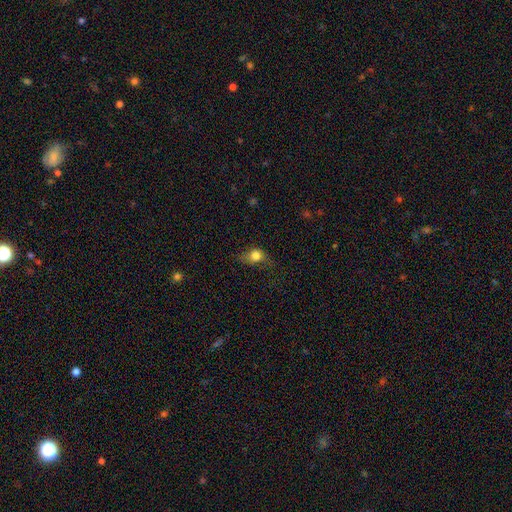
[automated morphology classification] A smooth galaxy with no disk features (77%) that is round (51%). Merging: none (52%).